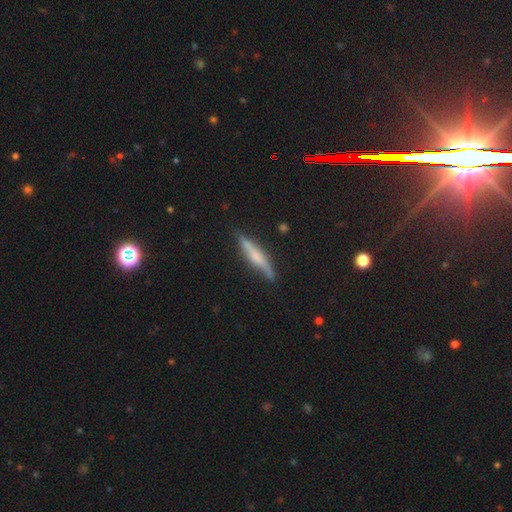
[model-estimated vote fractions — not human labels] Smooth or featured: featured or disk — 56% (smooth — 36%)
Edge-on disk: yes — 92% (no — 8%)
Edge-on bulge: rounded — 52% (none — 26%)
Merging: none — 80% (minor disturbance — 15%)